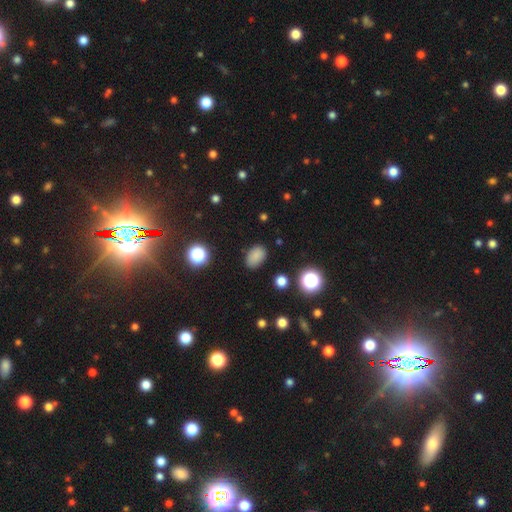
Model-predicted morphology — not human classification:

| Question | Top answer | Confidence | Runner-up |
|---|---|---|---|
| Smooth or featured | smooth | 82% | star or artifact (13%) |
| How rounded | in between | 85% | round (14%) |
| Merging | none | 84% | minor disturbance (11%) |